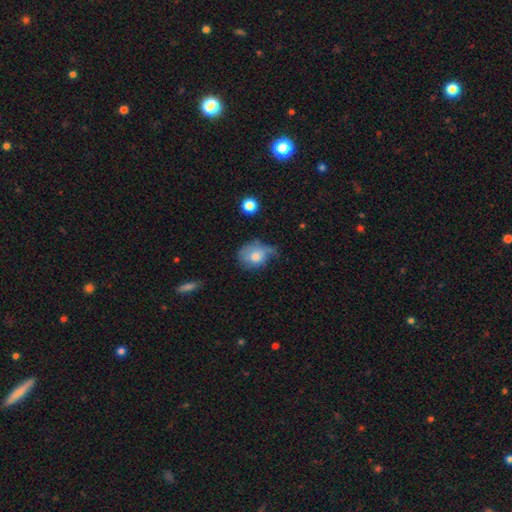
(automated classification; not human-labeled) smooth_or_featured: smooth (p=0.69) [alt: featured or disk p=0.22]
how_rounded: round (p=0.56) [alt: in between p=0.43]
merging: minor disturbance (p=0.38) [alt: none p=0.32]